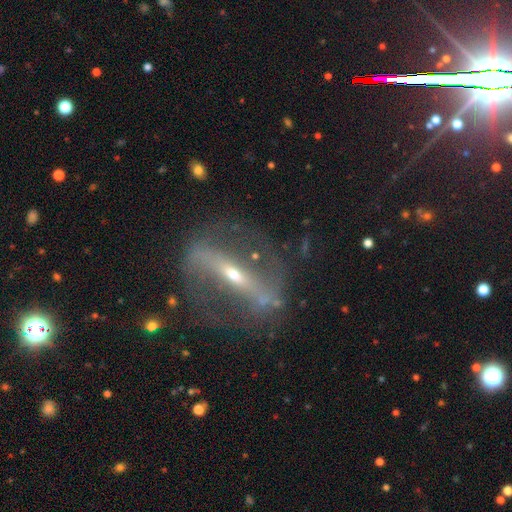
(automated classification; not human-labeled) Morphology: type=featured or disk (84%); edge-on=no (72%); bar=strong (75%); spiral arms=yes (69%); bulge=small (63%); merging=none (66%).